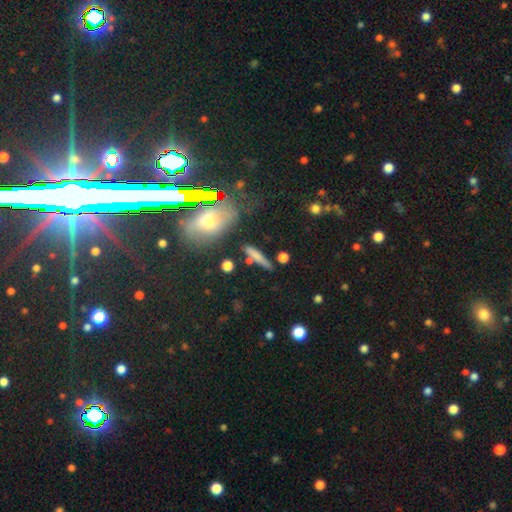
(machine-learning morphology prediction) smooth_or_featured: smooth (p=0.66) [alt: featured or disk p=0.24]
how_rounded: cigar-shaped (p=0.85) [alt: in between p=0.11]
merging: none (p=0.71) [alt: minor disturbance p=0.13]